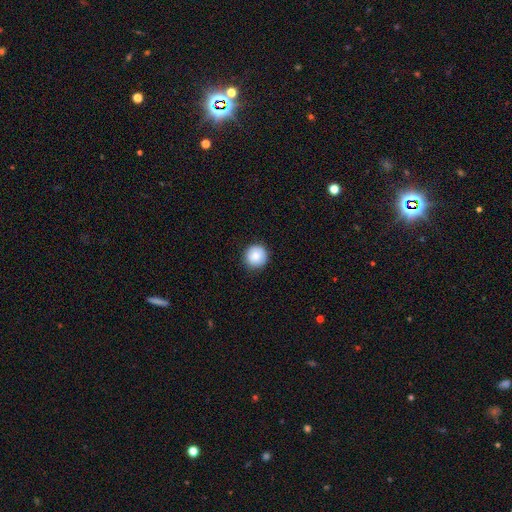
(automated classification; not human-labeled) Smooth or featured? Predicted: smooth (p=0.84). How rounded? Predicted: round (p=0.96). Merging? Predicted: none (p=0.90).